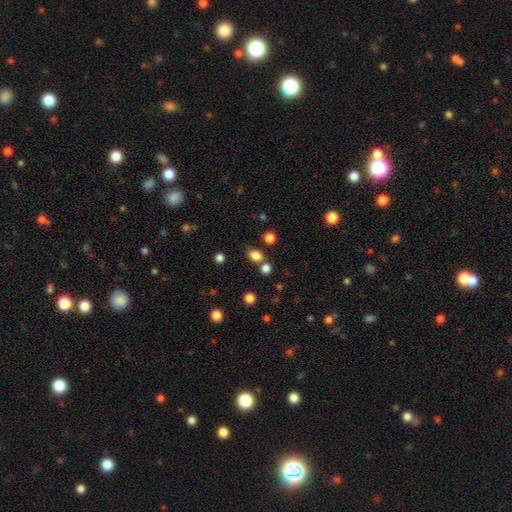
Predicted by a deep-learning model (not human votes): Q: Smooth or featured?
A: smooth (81%); runner-up: star or artifact (13%)
Q: How rounded?
A: in between (66%); runner-up: round (33%)
Q: Merging?
A: none (66%); runner-up: merger (17%)